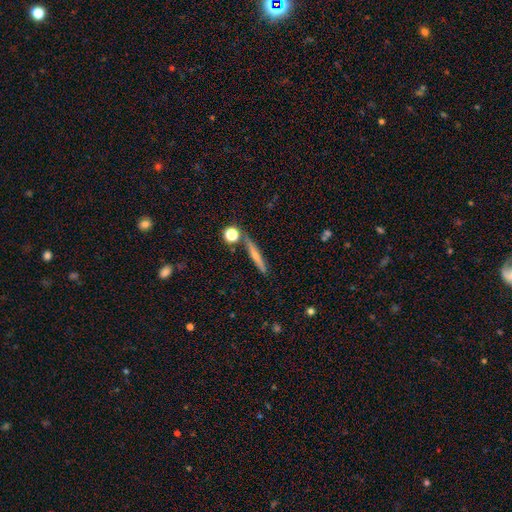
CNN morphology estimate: smooth 46%, featured or disk 45%, star or artifact 9%. Down the decision tree: merging — none (79%).